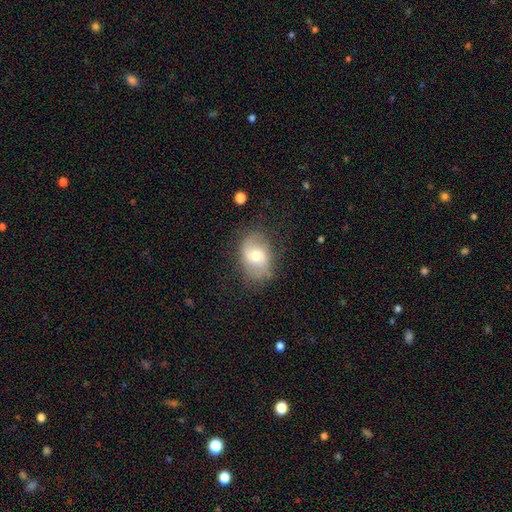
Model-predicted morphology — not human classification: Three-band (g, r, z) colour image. It shows a featured or disk galaxy (55%) with no bar (53%), spiral arms (81%) and a moderate central bulge (66%). Merging: none (73%).